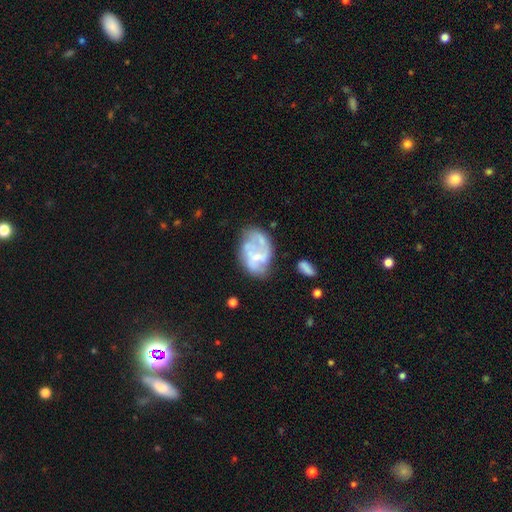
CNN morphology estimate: A featured or disk galaxy (66%) with no bar (67%), no spiral arms (54%) and a small central bulge (44%). Merging: none (40%).